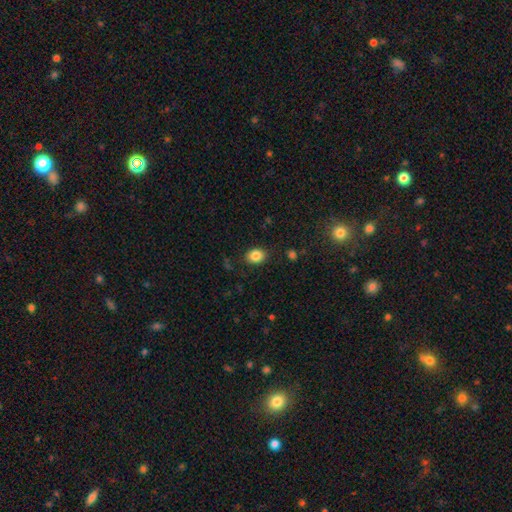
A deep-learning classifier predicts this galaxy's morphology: This appears to be a smooth galaxy with no disk features (84%) that is in between round and cigar-shaped (60%). Merging: none (85%).